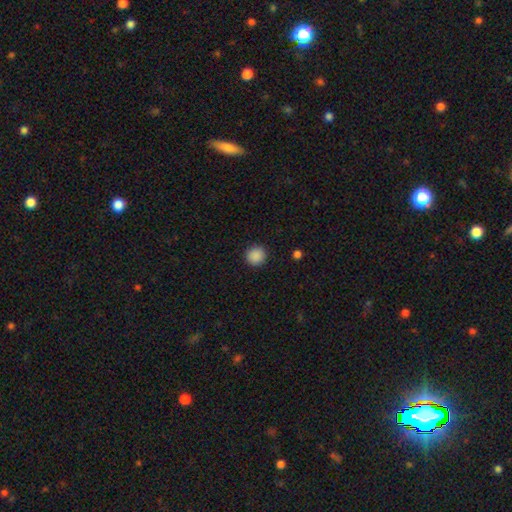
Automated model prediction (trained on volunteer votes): Smooth or featured? Predicted: smooth (p=0.88). How rounded? Predicted: round (p=0.93). Merging? Predicted: none (p=0.91).